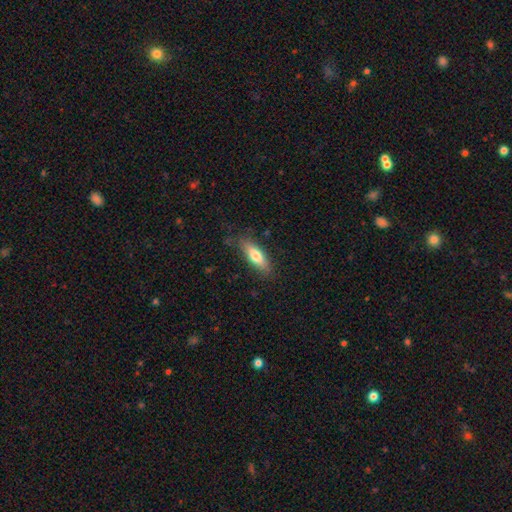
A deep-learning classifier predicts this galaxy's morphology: Overall: smooth (72%). How rounded: in between (52%; cigar-shaped 46%). Merging: none (79%).